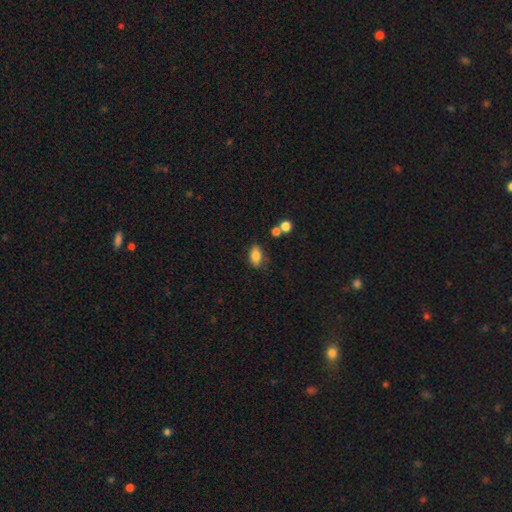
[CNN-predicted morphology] Smooth or featured? smooth (81%)
How rounded? in between (87%)
Merging? none (73%)